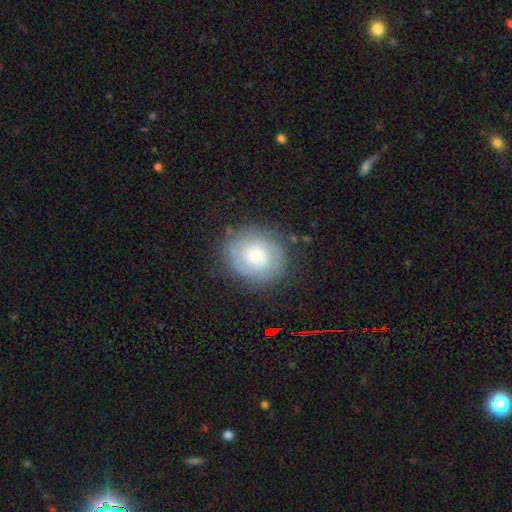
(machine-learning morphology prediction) Smooth or featured? featured or disk (59%)
Edge-on disk? no (97%)
Bar? no (76%)
Spiral arms? yes (82%)
Bulge size? moderate (49%)
Merging? none (80%)